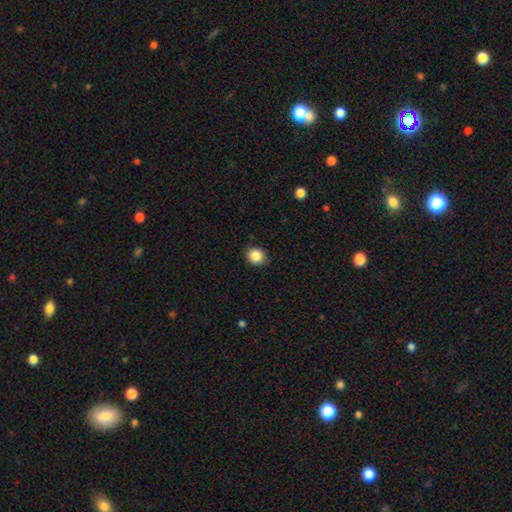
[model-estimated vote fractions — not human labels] This is clearly a smooth galaxy (86%). How rounded: likely round (73%). Merging: clearly none (85%).